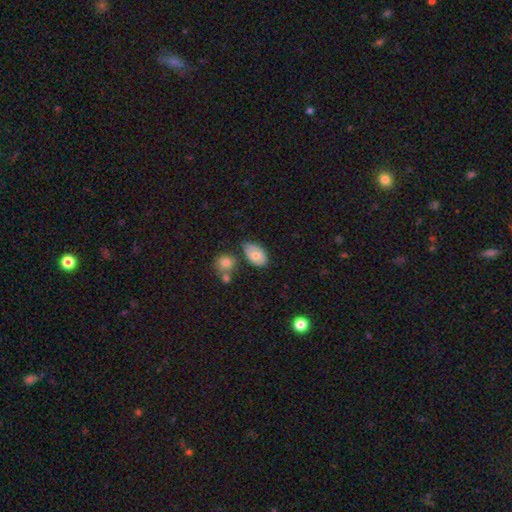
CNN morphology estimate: smooth_or_featured: smooth (p=0.62) [alt: featured or disk p=0.31]
how_rounded: in between (p=0.88) [alt: round p=0.10]
merging: none (p=0.59) [alt: minor disturbance p=0.23]